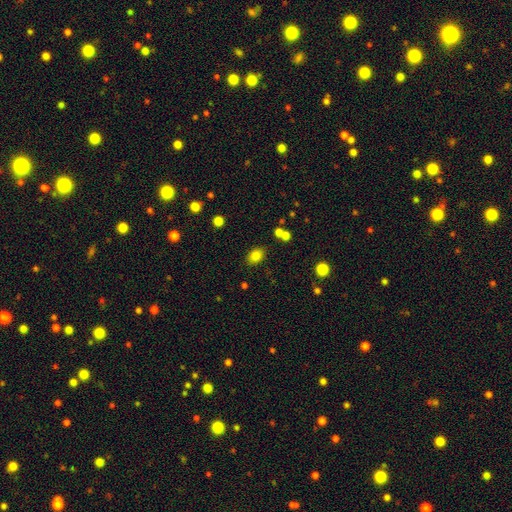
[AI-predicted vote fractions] A smooth galaxy with no disk features (81%) that is in between round and cigar-shaped (69%).

Vote fractions:
- Smooth or featured? smooth: 81% / star or artifact: 12% / featured or disk: 7%
- How rounded? in between: 69% / round: 29% / cigar-shaped: 1%
- Merging? none: 81% / minor disturbance: 11% / merger: 5% / major disturbance: 3%